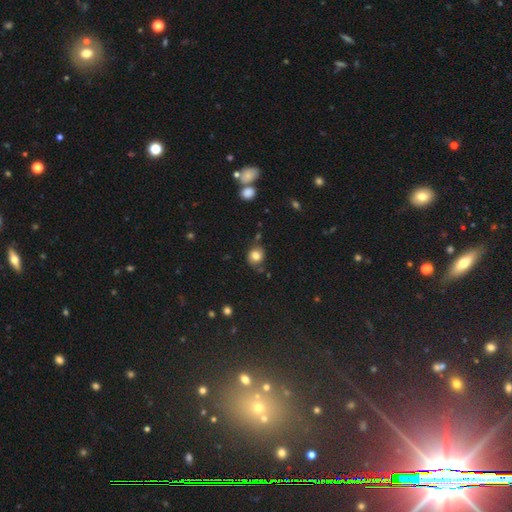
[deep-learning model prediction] Overall: smooth (80%). How rounded: round (78%). Merging: none (75%).